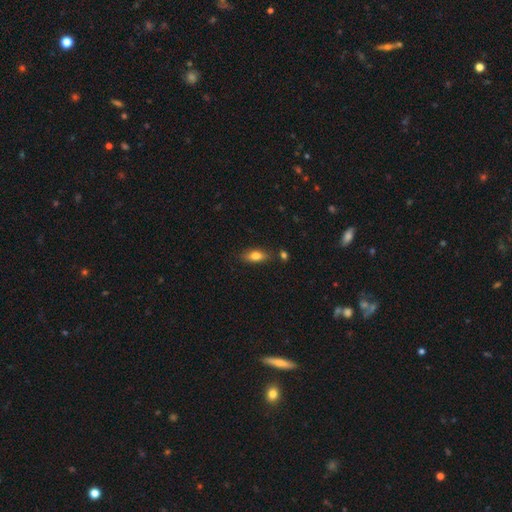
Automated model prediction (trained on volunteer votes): This appears to be a smooth galaxy with no disk features (74%) that is in between round and cigar-shaped (72%). Merging: none (77%).